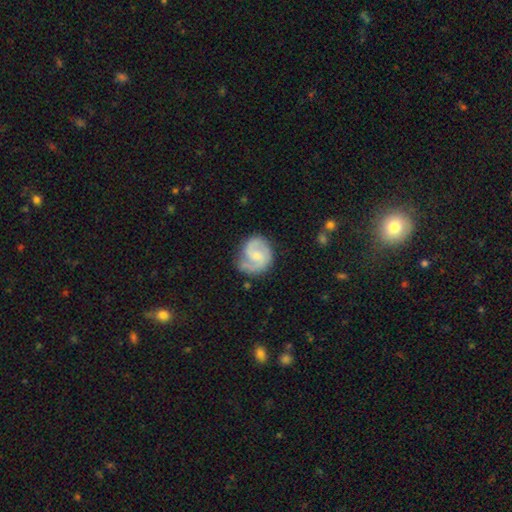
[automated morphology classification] smooth-or-featured: featured or disk: 79% | smooth: 16% | star or artifact: 5%
  disk-edge-on: no: 98% | yes: 2%
    bar: weak: 46% (tied) | no: 46% (tied) | strong: 8%
    has-spiral-arms: yes: 95% | no: 5%
      spiral-winding: medium: 51% | tight: 31% | loose: 18%
      spiral-arm-count: 2: 83% | can't tell: 6% | 1: 6% | 3: 3% | 4: 1% | more than 4: 1%
    bulge-size: small: 56% | moderate: 31% | none: 10% | large: 2% | dominant: 1%
  merging: none: 68% | minor disturbance: 21% | major disturbance: 8% | merger: 2%